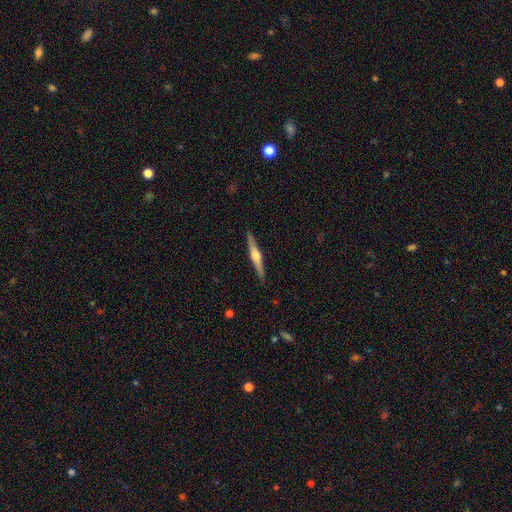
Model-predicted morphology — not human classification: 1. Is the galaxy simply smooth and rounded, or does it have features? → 72% featured or disk, 23% smooth, 5% star or artifact.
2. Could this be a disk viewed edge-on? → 98% yes, 2% no.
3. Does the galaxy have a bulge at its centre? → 92% rounded, 4% boxy, 3% none.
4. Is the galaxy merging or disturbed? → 91% none, 7% minor disturbance, 1% major disturbance, 1% merger.